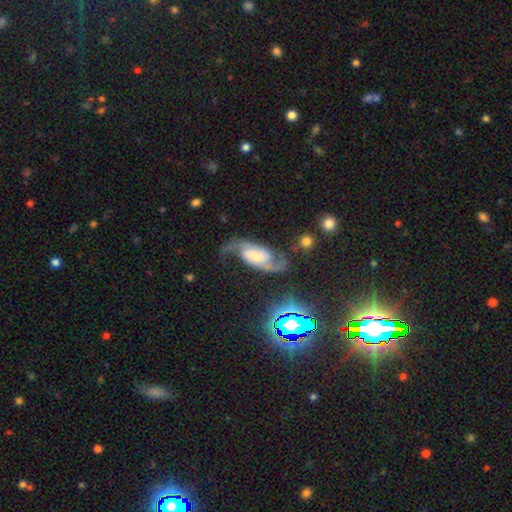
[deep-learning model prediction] Smooth or featured? Predicted: featured or disk (p=0.82). Edge-on disk? Predicted: no (p=0.95). Bar? Predicted: weak (p=0.41). Spiral arms? Predicted: yes (p=0.97). Spiral winding? Predicted: medium (p=0.46). Spiral arm count? Predicted: 2 (p=0.92). Bulge size? Predicted: moderate (p=0.29). Merging? Predicted: none (p=0.64).